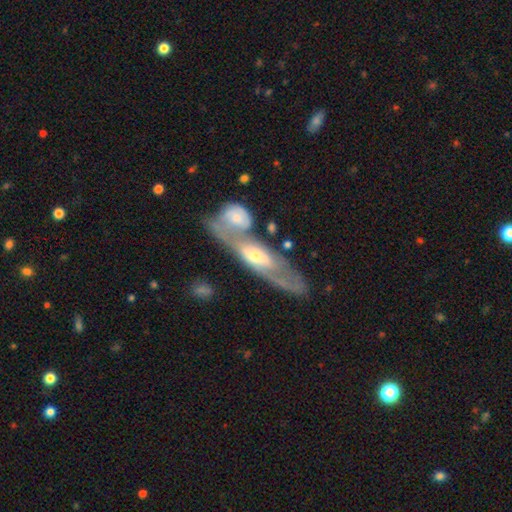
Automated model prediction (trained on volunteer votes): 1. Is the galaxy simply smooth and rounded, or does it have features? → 72% featured or disk, 23% smooth, 5% star or artifact.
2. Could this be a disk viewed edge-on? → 76% no, 24% yes.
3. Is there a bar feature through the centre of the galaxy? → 57% no, 29% weak, 14% strong.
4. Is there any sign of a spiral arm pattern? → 66% yes, 34% no.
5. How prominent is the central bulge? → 54% moderate, 37% small, 6% large, 2% none, 1% dominant.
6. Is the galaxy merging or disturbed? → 50% merger, 29% none, 12% minor disturbance, 9% major disturbance.